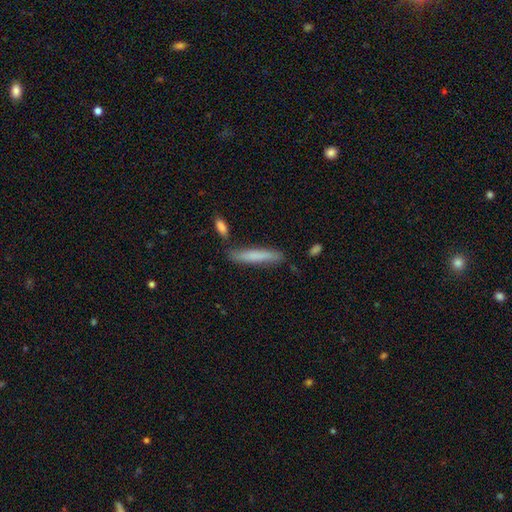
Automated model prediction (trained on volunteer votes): This appears to be a smooth galaxy with no disk features (74%) that is cigar-shaped (91%). Merging: none (77%).